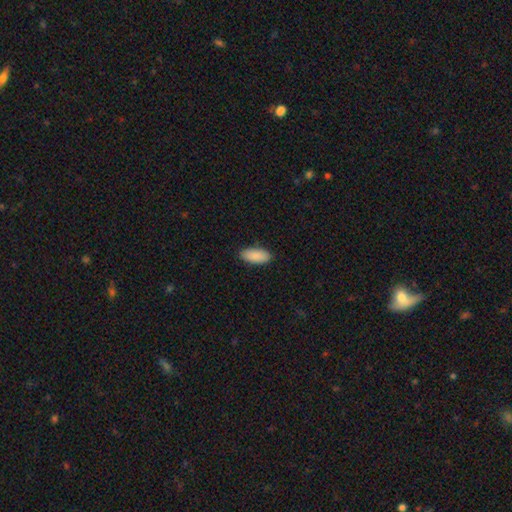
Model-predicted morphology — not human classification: smooth_or_featured: smooth (p=0.90) [alt: star or artifact p=0.06]
how_rounded: in between (p=0.89) [alt: cigar-shaped p=0.09]
merging: none (p=0.88) [alt: minor disturbance p=0.09]